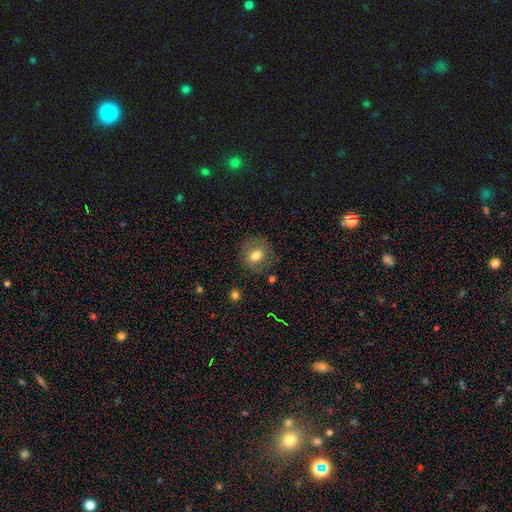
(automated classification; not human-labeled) Smooth or featured? Predicted: smooth (p=0.74). How rounded? Predicted: round (p=0.74). Merging? Predicted: none (p=0.79).